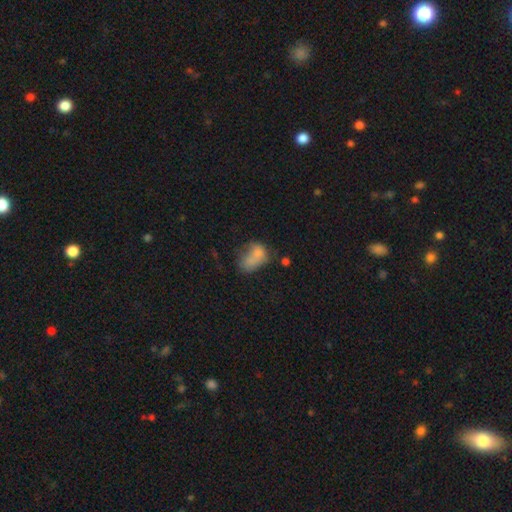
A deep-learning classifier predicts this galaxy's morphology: Overall: smooth (69%). How rounded: in between (76%). Merging: merger (33%; none 25%).